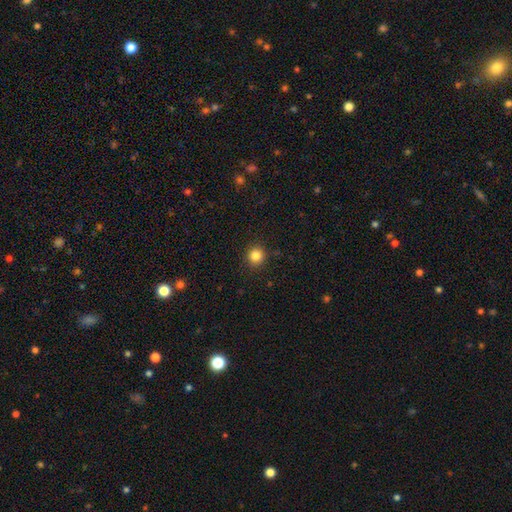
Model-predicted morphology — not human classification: This appears to be a smooth galaxy with no disk features (84%) that is round (93%). Merging: none (91%).